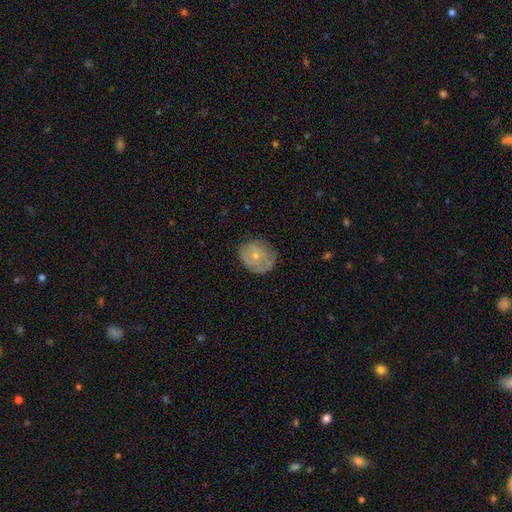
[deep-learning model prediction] A smooth galaxy with no disk features (59%) that is round (68%).

Vote fractions:
- Smooth or featured? smooth: 59% / featured or disk: 34% / star or artifact: 8%
- How rounded? round: 68% / in between: 31% / cigar-shaped: 1%
- Merging? none: 69% / minor disturbance: 23% / major disturbance: 7% / merger: 1%